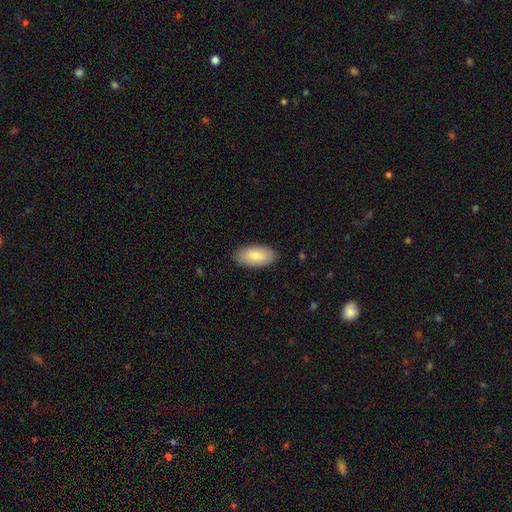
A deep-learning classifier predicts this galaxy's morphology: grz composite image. It shows a smooth galaxy with no disk features (78%) that is in between round and cigar-shaped (94%). Merging: none (87%).